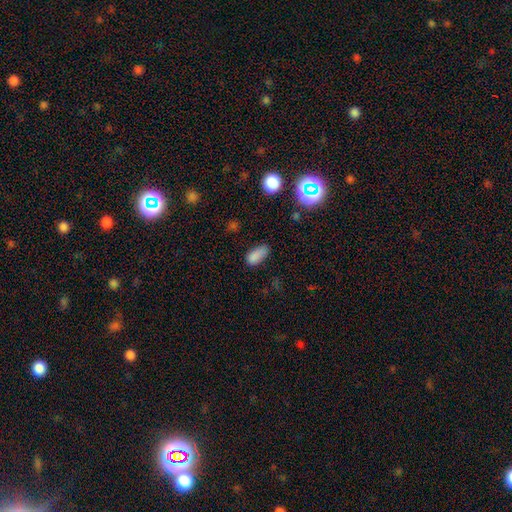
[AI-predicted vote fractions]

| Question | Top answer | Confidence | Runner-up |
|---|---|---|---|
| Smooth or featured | smooth | 82% | star or artifact (13%) |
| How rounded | in between | 88% | cigar-shaped (8%) |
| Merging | none | 62% | minor disturbance (28%) |